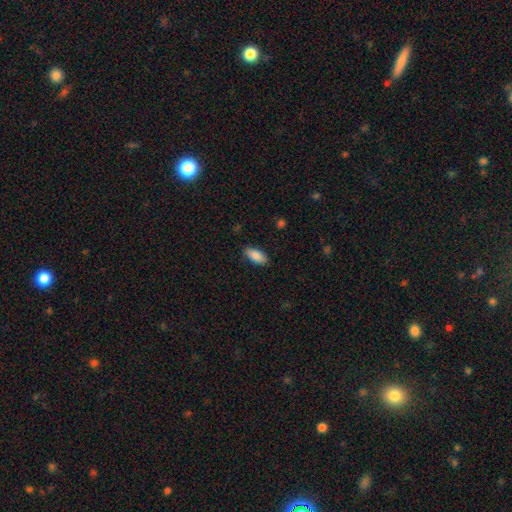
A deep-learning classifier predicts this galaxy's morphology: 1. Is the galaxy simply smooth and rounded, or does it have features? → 87% smooth, 6% featured or disk, 6% star or artifact.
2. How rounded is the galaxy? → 88% in between, 10% cigar-shaped, 2% round.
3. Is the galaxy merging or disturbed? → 84% none, 12% minor disturbance, 3% major disturbance, 1% merger.